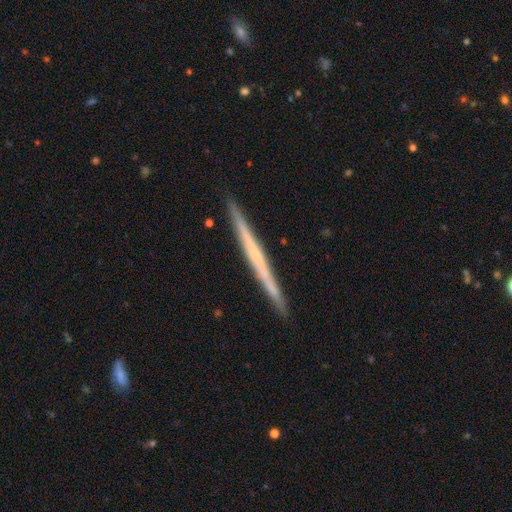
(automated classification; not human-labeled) Q: Smooth or featured?
A: featured or disk (58%); runner-up: smooth (37%)
Q: Edge-on disk?
A: yes (98%); runner-up: no (2%)
Q: Edge-on bulge?
A: none (86%); runner-up: rounded (9%)
Q: Merging?
A: none (91%); runner-up: minor disturbance (6%)